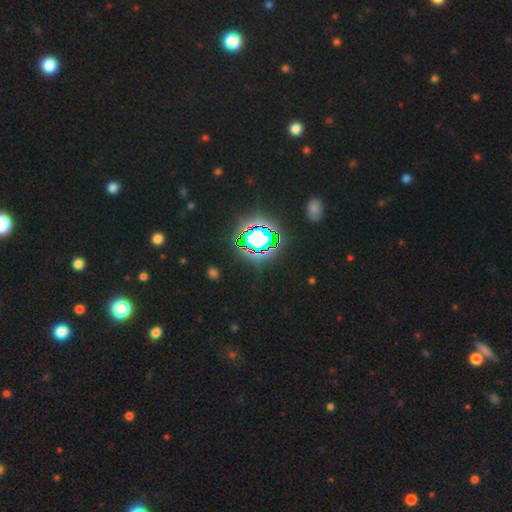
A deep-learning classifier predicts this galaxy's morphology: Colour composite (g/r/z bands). It shows a star or artifact, not a galaxy (82%).